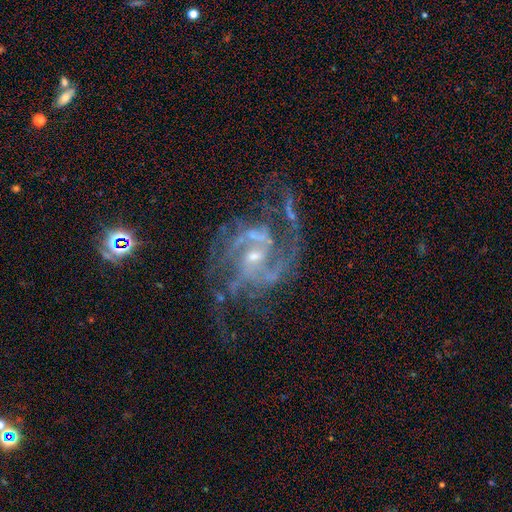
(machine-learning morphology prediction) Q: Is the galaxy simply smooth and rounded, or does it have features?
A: featured or disk — 90%.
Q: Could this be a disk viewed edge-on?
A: no — 98%.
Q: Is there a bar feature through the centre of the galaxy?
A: weak — 46%.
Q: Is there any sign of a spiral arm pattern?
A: yes — 98%.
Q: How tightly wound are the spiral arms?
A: medium — 57%.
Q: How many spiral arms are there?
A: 2 — 63%.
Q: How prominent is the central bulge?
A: small — 66%.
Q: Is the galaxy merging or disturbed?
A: none — 60%.